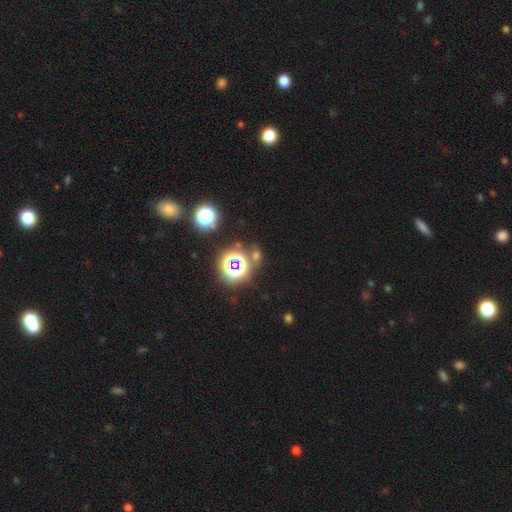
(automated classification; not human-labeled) A star or artifact, not a galaxy (81%).

Vote fractions:
- Smooth or featured? star or artifact: 81% / smooth: 12% / featured or disk: 7%